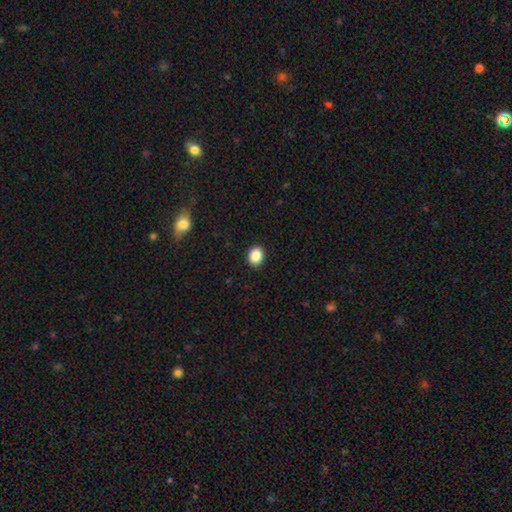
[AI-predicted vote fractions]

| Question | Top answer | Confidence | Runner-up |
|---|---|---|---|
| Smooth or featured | smooth | 87% | star or artifact (9%) |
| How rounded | round | 57% | in between (42%) |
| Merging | none | 91% | minor disturbance (6%) |